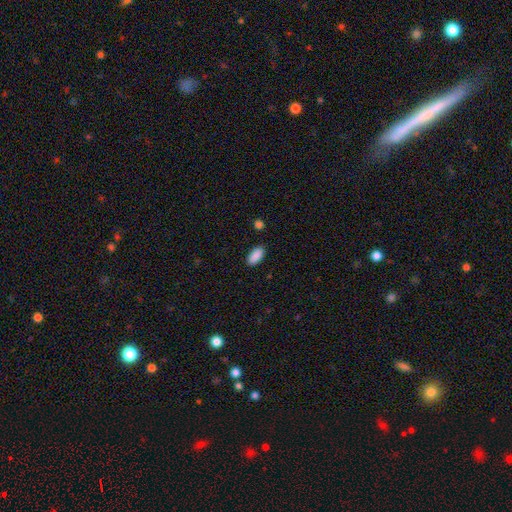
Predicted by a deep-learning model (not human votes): Overall: smooth (90%). How rounded: in between (90%). Merging: none (87%).